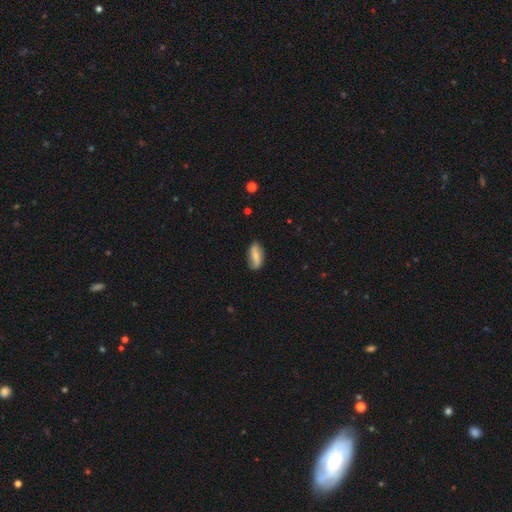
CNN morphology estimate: Q: Smooth or featured?
A: smooth (60%); runner-up: featured or disk (33%)
Q: How rounded?
A: in between (81%); runner-up: cigar-shaped (15%)
Q: Merging?
A: none (76%); runner-up: minor disturbance (19%)